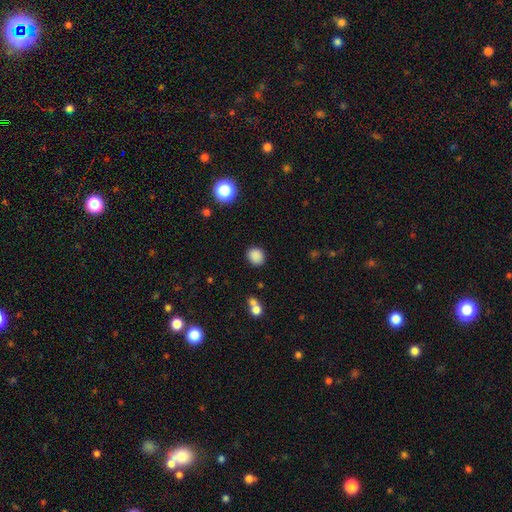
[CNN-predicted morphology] Overall: smooth (86%). How rounded: round (69%; in between 30%). Merging: none (85%).